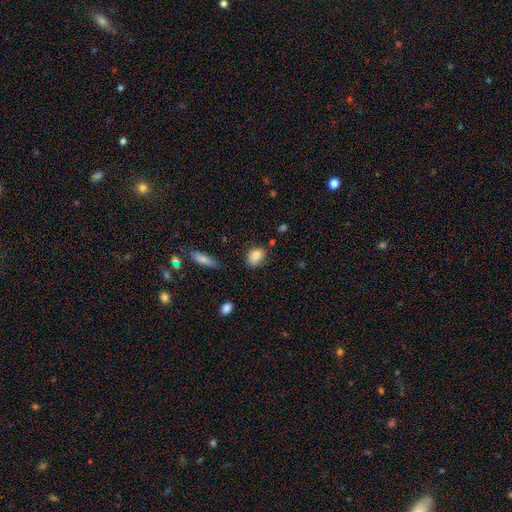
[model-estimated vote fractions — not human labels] This appears to be a smooth galaxy with no disk features (82%) that is in between round and cigar-shaped (63%). Merging: none (74%).